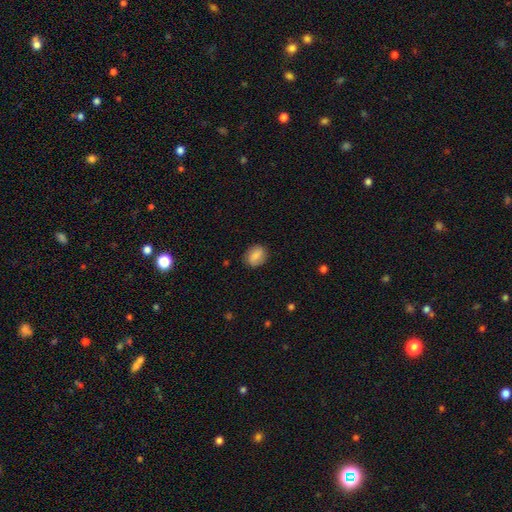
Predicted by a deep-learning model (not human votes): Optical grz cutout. It shows a smooth galaxy with no disk features (81%) that is in between round and cigar-shaped (53%). Merging: none (83%).